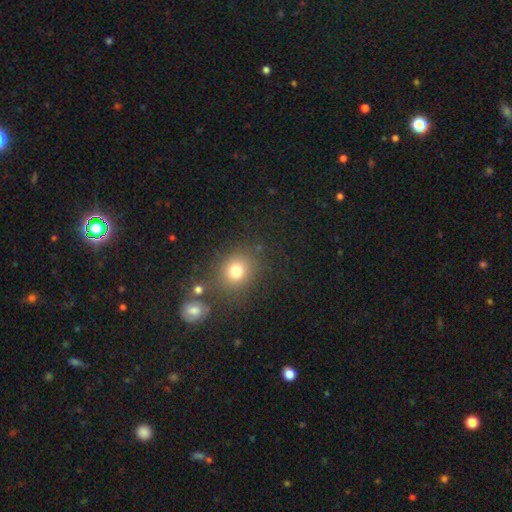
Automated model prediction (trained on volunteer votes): Smooth or featured? smooth (60%)
How rounded? round (82%)
Merging? none (77%)